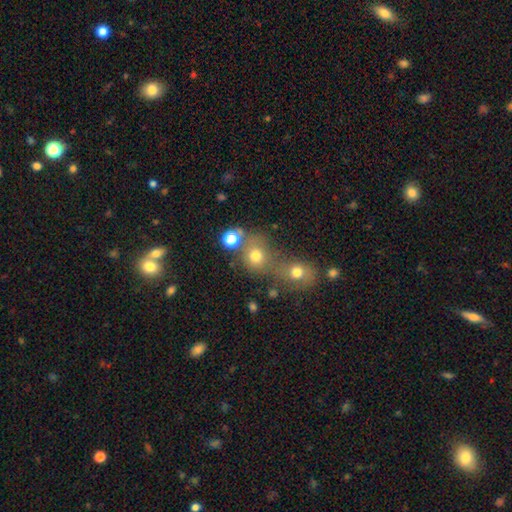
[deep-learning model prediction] A smooth galaxy with no disk features (73%) that is round (79%). Merging: merger (45%).